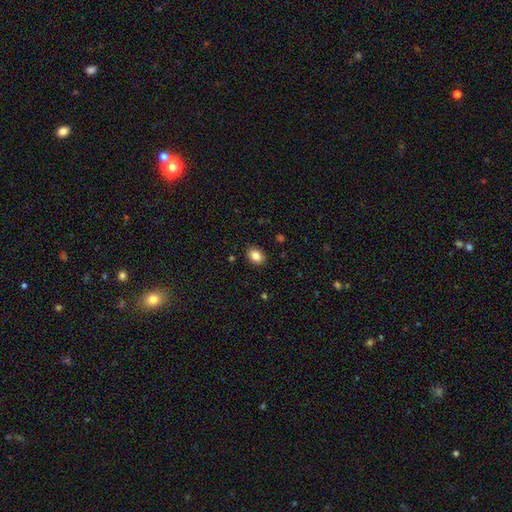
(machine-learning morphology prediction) smooth_or_featured: smooth (p=0.85) [alt: star or artifact p=0.09]
how_rounded: in between (p=0.66) [alt: round p=0.34]
merging: none (p=0.89) [alt: minor disturbance p=0.08]